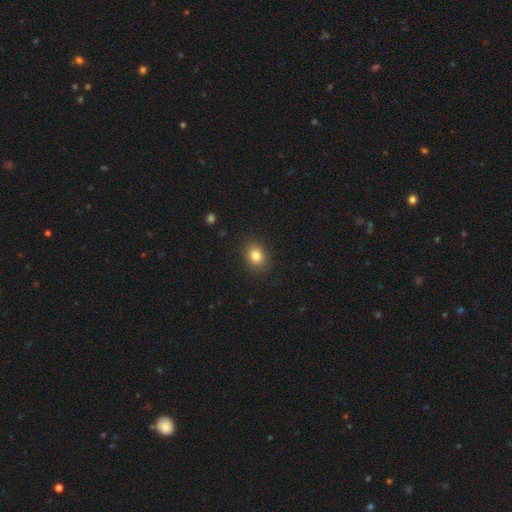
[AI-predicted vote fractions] This appears to be a smooth galaxy with no disk features (83%) that is round (51%). Merging: none (89%).